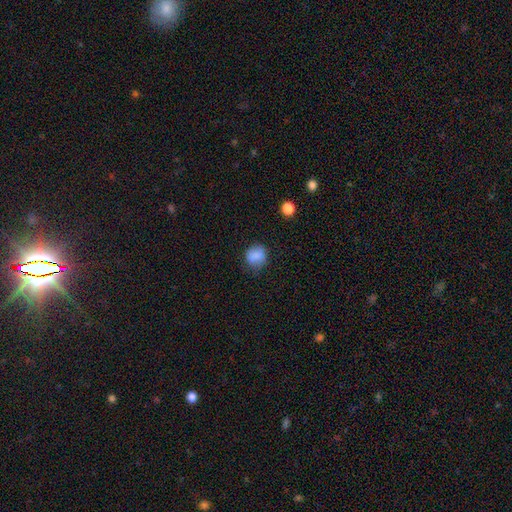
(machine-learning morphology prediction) smooth-or-featured: smooth: 84% | star or artifact: 10% | featured or disk: 6%
  how-rounded: round: 74% | in between: 25% | cigar-shaped: 1%
  merging: none: 71% | minor disturbance: 22% | major disturbance: 6% | merger: 2%